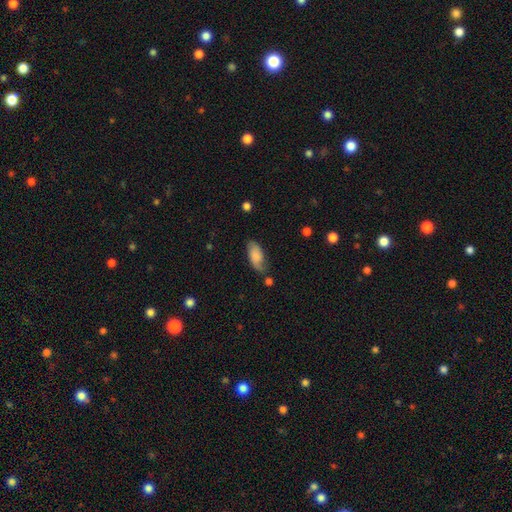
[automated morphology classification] smooth_or_featured: smooth (p=0.65) [alt: featured or disk p=0.28]
how_rounded: in between (p=0.88) [alt: cigar-shaped p=0.09]
merging: none (p=0.62) [alt: minor disturbance p=0.26]